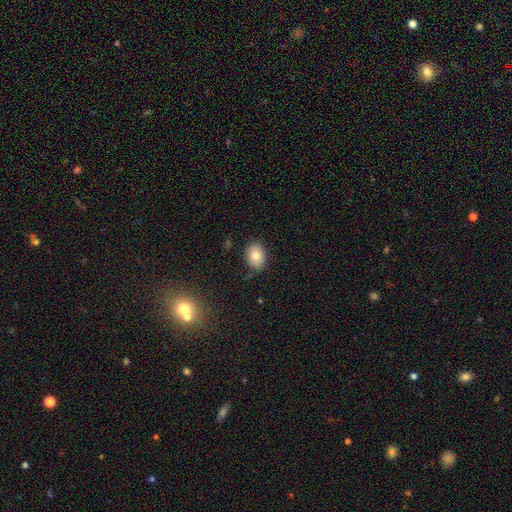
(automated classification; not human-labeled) A smooth galaxy with no disk features (82%) that is in between round and cigar-shaped (76%). Merging: none (83%).